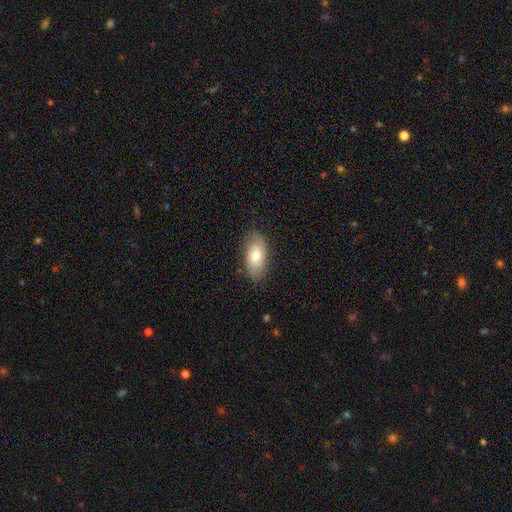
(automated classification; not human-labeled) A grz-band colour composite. It shows a smooth galaxy with no disk features (66%) that is in between round and cigar-shaped (92%). Merging: none (83%).